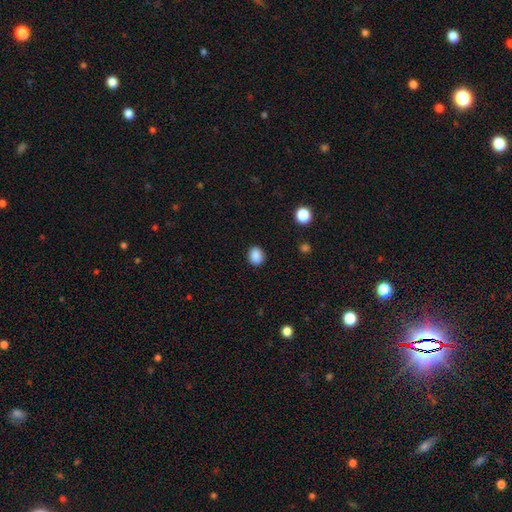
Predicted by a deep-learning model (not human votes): A smooth galaxy with no disk features (88%) that is round (60%).

Vote fractions:
- Smooth or featured? smooth: 88% / star or artifact: 9% / featured or disk: 3%
- How rounded? round: 60% / in between: 39% / cigar-shaped: 1%
- Merging? none: 89% / minor disturbance: 8% / major disturbance: 2% / merger: 1%